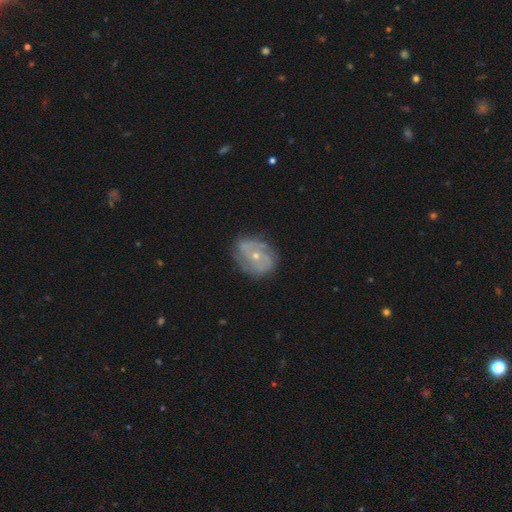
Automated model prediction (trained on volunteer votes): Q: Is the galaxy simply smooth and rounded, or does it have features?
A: featured or disk — 76%.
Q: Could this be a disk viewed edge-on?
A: no — 97%.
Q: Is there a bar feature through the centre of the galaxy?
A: no — 73%.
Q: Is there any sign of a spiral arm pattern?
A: yes — 84%.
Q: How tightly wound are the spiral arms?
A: tight — 51%.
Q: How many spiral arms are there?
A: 2 — 45%.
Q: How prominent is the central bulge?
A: small — 63%.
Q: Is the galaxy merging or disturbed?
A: none — 74%.